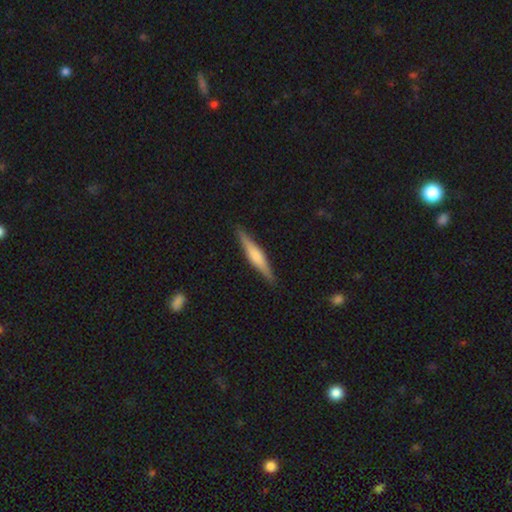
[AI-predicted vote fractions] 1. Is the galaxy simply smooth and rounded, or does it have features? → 56% featured or disk, 38% smooth, 6% star or artifact.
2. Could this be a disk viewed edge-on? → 97% yes, 3% no.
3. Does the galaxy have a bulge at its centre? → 57% rounded, 29% boxy, 15% none.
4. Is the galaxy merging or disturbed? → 90% none, 8% minor disturbance, 2% major disturbance, 1% merger.